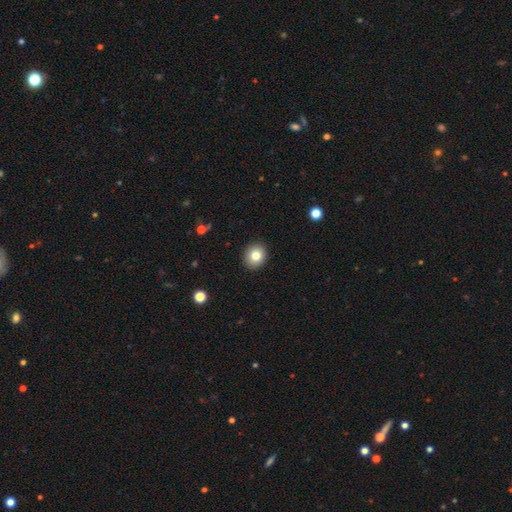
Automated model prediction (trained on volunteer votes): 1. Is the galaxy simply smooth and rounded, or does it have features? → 80% smooth, 10% star or artifact, 9% featured or disk.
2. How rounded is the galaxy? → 77% round, 22% in between, 1% cigar-shaped.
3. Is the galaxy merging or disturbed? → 91% none, 6% minor disturbance, 2% major disturbance, 1% merger.